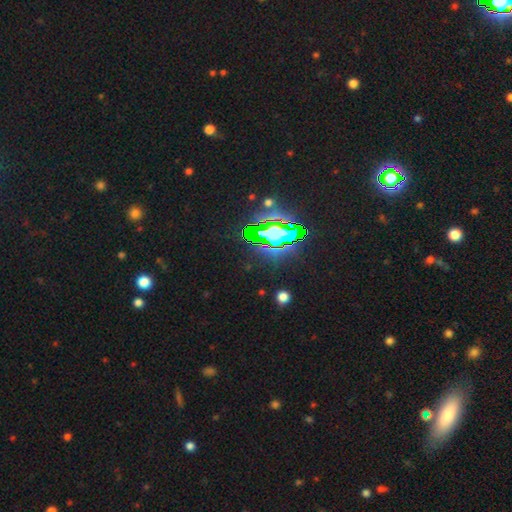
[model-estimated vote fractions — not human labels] A star or artifact, not a galaxy (83%).